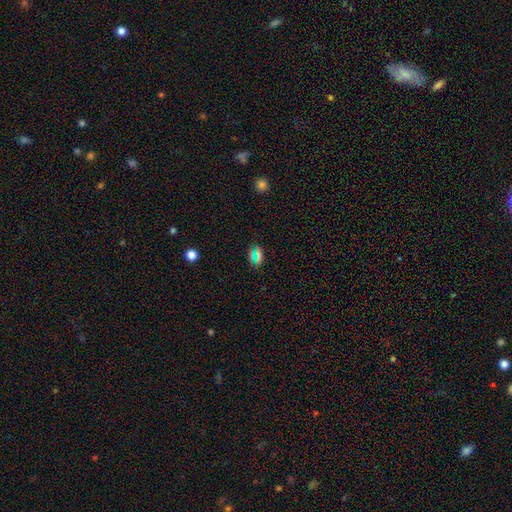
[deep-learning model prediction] smooth-or-featured: smooth: 59% | star or artifact: 32% | featured or disk: 9%
  how-rounded: in between: 70% | round: 20% | cigar-shaped: 10%
  merging: none: 78% | minor disturbance: 13% | major disturbance: 5% | merger: 3%